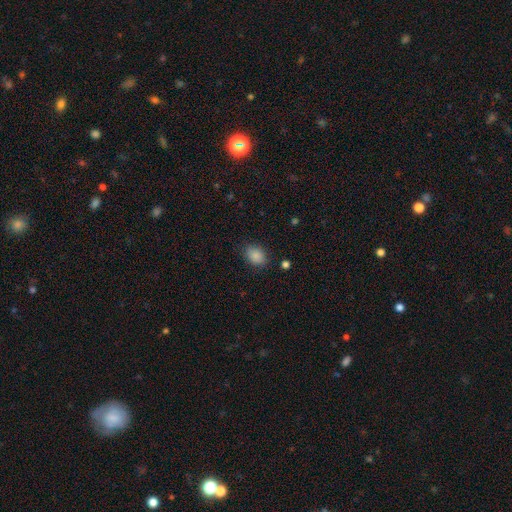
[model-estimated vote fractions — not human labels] smooth-or-featured: smooth: 87% | star or artifact: 9% | featured or disk: 5%
  how-rounded: in between: 72% | round: 27% | cigar-shaped: 1%
  merging: none: 82% | minor disturbance: 13% | major disturbance: 4% | merger: 1%